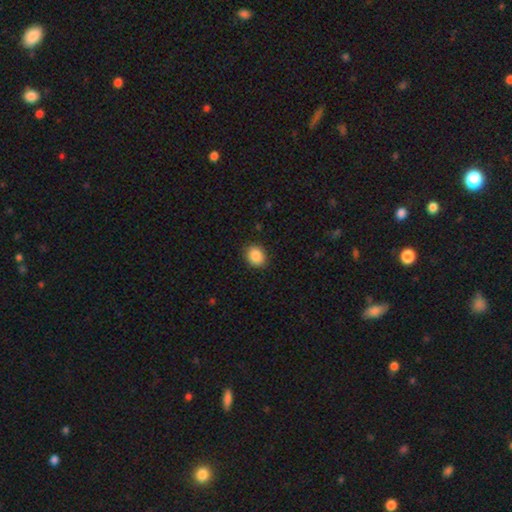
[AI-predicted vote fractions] Morphology: type=smooth (89%); roundness=round (51%); merging=none (88%).